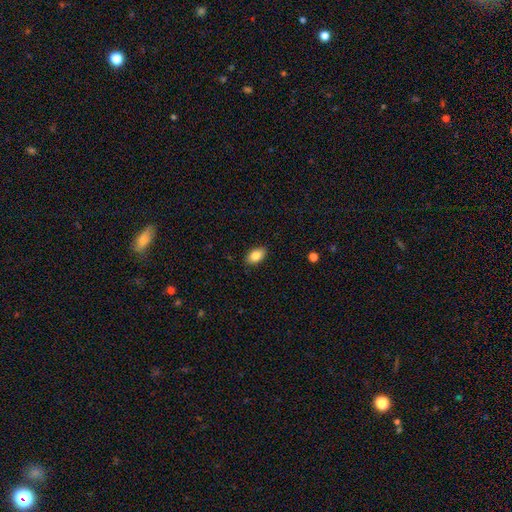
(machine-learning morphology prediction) A smooth galaxy with no disk features (84%) that is in between round and cigar-shaped (91%). Merging: none (88%).